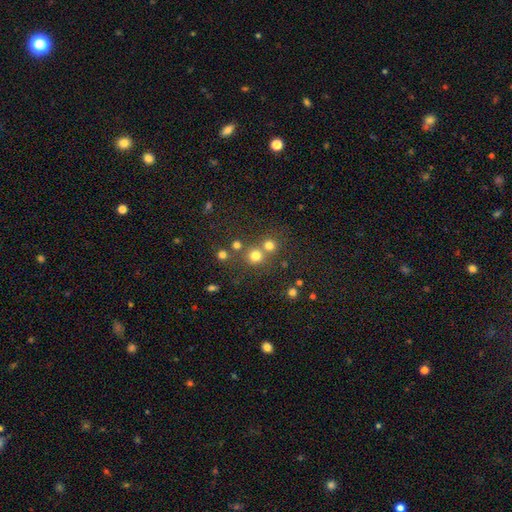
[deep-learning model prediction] Morphology: type=smooth (73%); roundness=round (90%); merging=none (59%).